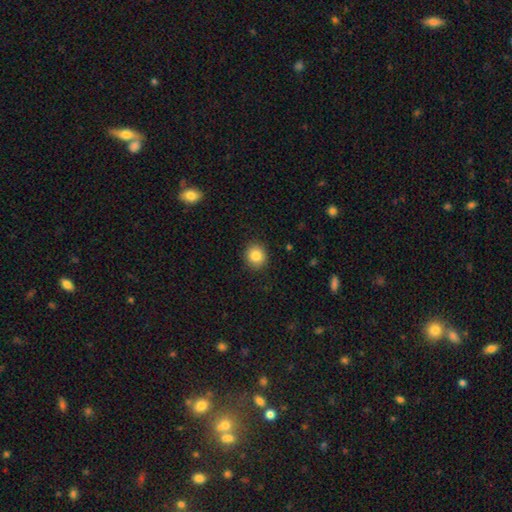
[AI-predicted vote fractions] smooth-or-featured: smooth: 85% | star or artifact: 9% | featured or disk: 5%
  how-rounded: round: 83% | in between: 16% | cigar-shaped: 1%
  merging: none: 90% | minor disturbance: 7% | major disturbance: 2% | merger: 1%